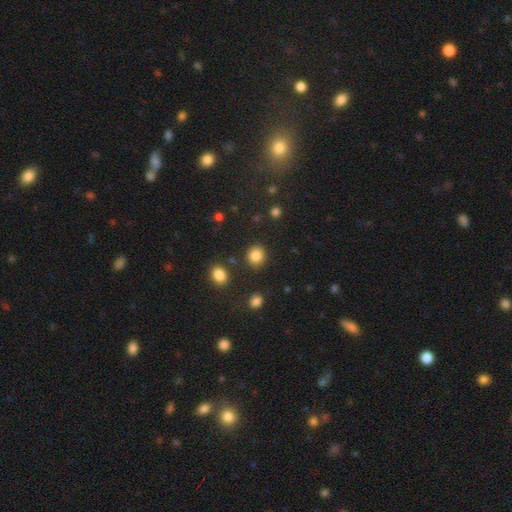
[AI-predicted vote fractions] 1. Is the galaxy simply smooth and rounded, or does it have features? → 85% smooth, 10% star or artifact, 4% featured or disk.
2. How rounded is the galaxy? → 81% round, 19% in between, 1% cigar-shaped.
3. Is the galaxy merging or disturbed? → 85% none, 8% minor disturbance, 4% merger, 3% major disturbance.